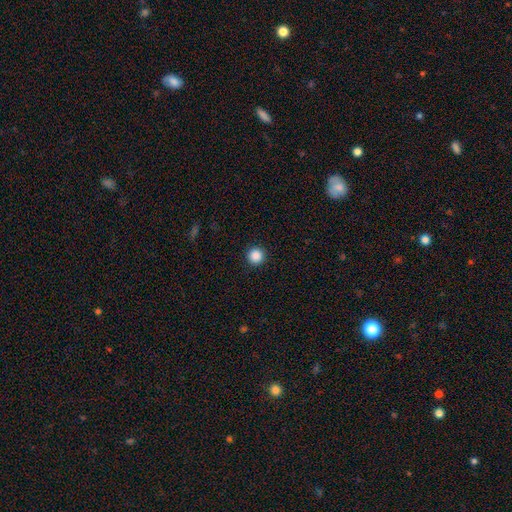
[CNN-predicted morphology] Smooth or featured? smooth (88%)
How rounded? round (96%)
Merging? none (93%)